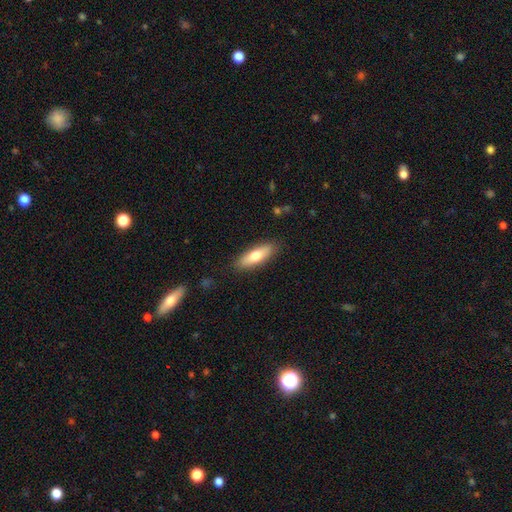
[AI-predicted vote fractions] smooth_or_featured: smooth (p=0.71) [alt: featured or disk p=0.24]
how_rounded: in between (p=0.53) [alt: cigar-shaped p=0.44]
merging: none (p=0.86) [alt: minor disturbance p=0.10]